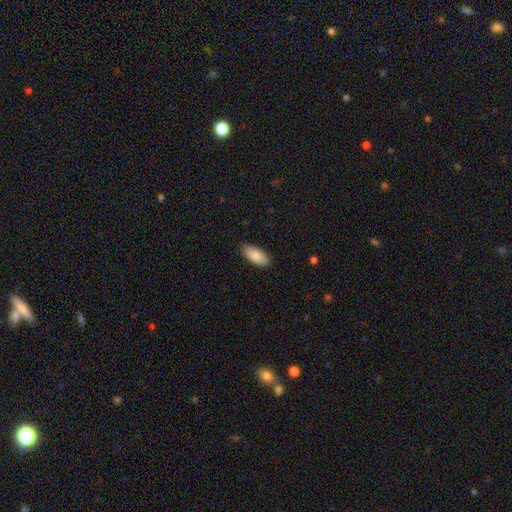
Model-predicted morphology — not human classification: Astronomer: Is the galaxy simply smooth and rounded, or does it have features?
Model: smooth — 86%.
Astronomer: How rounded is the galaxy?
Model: in between — 90%.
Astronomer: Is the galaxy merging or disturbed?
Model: none — 89%.